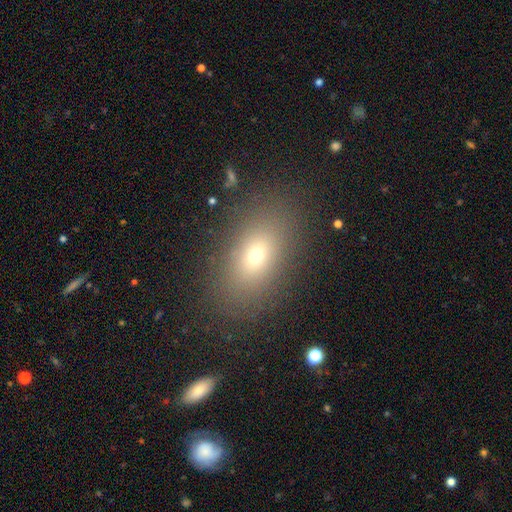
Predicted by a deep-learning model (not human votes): smooth-or-featured: smooth: 65% | star or artifact: 18% | featured or disk: 17%
  how-rounded: in between: 79% | round: 17% | cigar-shaped: 4%
  merging: none: 85% | minor disturbance: 9% | major disturbance: 5% | merger: 2%